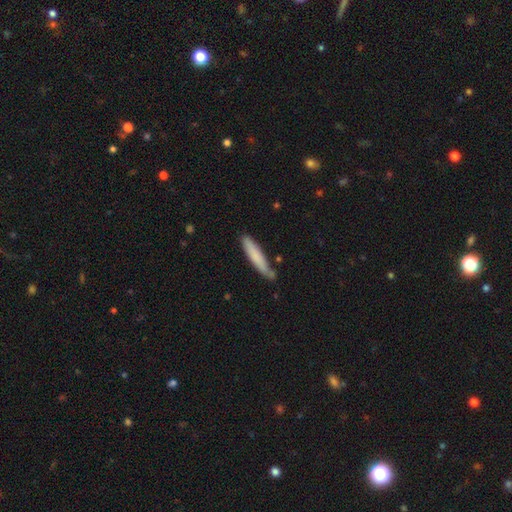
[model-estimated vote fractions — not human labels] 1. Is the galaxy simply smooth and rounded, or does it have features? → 76% smooth, 18% featured or disk, 6% star or artifact.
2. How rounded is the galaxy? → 90% cigar-shaped, 9% in between, 1% round.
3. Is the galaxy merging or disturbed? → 74% none, 19% minor disturbance, 4% merger, 3% major disturbance.